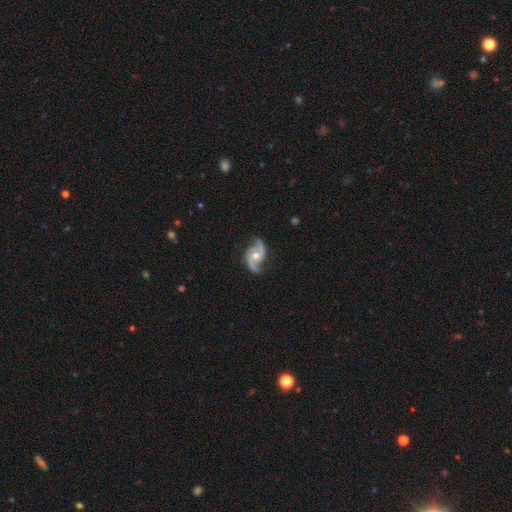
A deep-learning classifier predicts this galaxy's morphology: Smooth or featured: featured or disk — 90% (smooth — 6%)
Edge-on disk: no — 98% (yes — 2%)
Bar: no — 62% (weak — 31%)
Spiral arms: yes — 97% (no — 3%)
Spiral winding: loose — 45% (medium — 43%)
Spiral arm count: 2 — 92% (3 — 2%)
Bulge size: moderate — 68% (small — 27%)
Merging: none — 76% (minor disturbance — 17%)